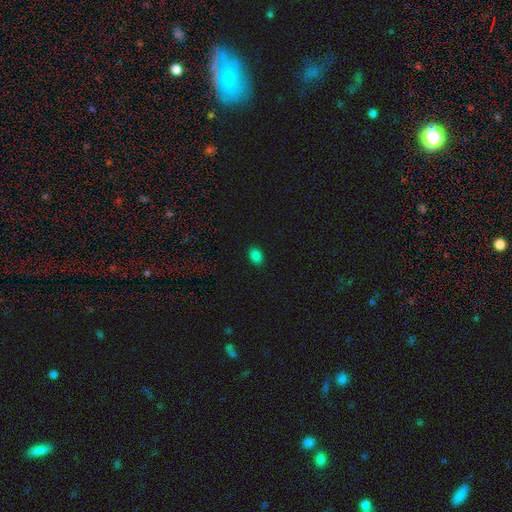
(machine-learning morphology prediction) Smooth or featured? smooth (84%)
How rounded? in between (79%)
Merging? none (89%)